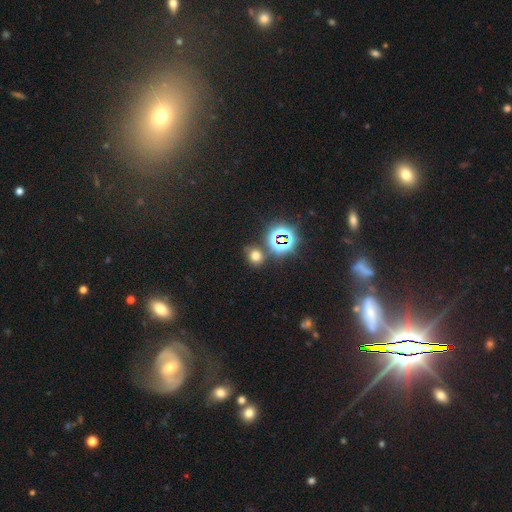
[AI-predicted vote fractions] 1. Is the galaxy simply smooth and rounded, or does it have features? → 60% smooth, 33% star or artifact, 7% featured or disk.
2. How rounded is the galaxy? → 70% round, 28% in between, 1% cigar-shaped.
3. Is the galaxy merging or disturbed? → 77% none, 11% minor disturbance, 9% merger, 4% major disturbance.